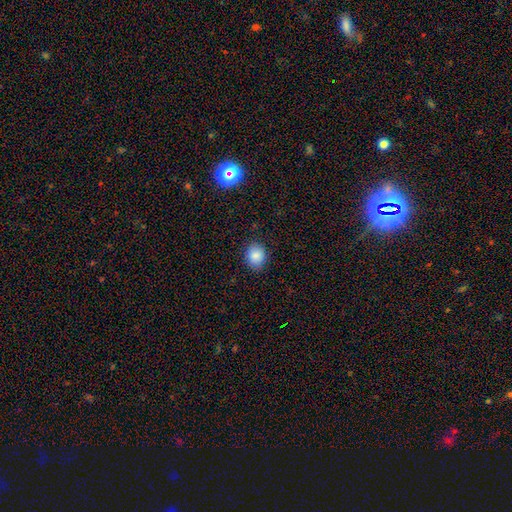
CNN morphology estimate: Q: Smooth or featured?
A: smooth (86%); runner-up: star or artifact (9%)
Q: How rounded?
A: round (61%); runner-up: in between (38%)
Q: Merging?
A: none (86%); runner-up: minor disturbance (10%)